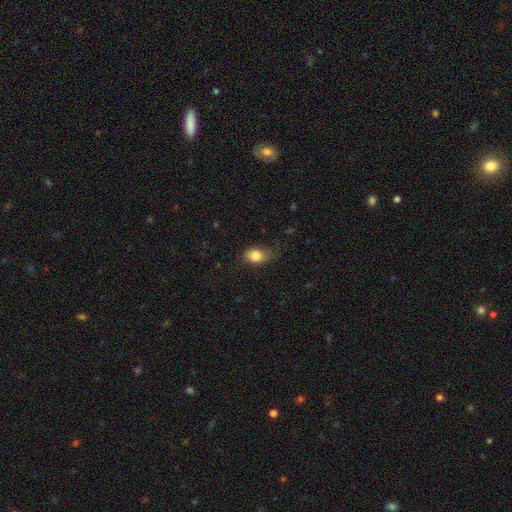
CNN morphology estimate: Overall: smooth (82%). How rounded: in between (75%). Merging: none (55%; minor disturbance 32%).